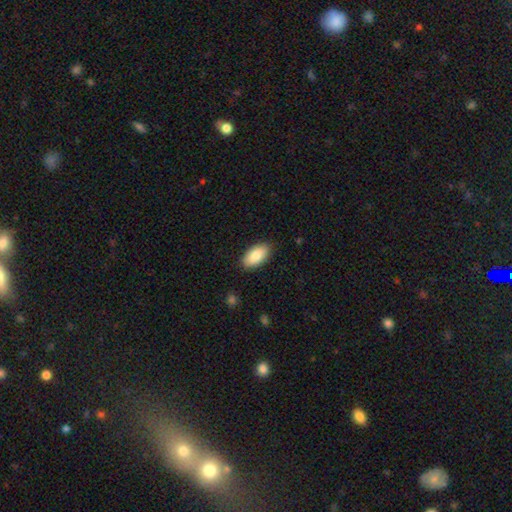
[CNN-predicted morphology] The model was most divided on "merging": none: 87%, minor disturbance: 10%, major disturbance: 2%, merger: 1%. More confident: how rounded — in between (94%); smooth or featured — smooth (86%).